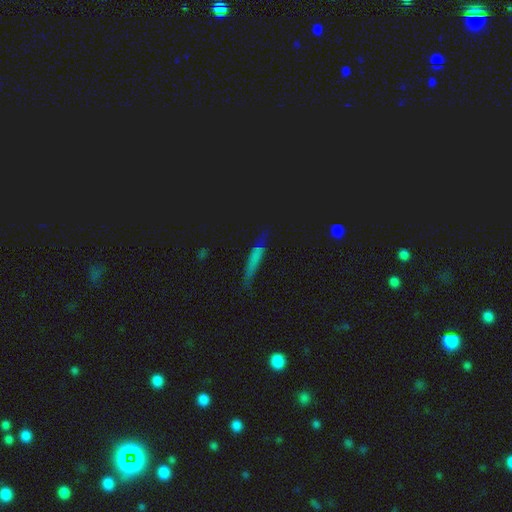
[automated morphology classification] A smooth galaxy with no disk features (49%).

Vote fractions:
- Smooth or featured? smooth: 49% / star or artifact: 30% / featured or disk: 21%
- Merging? none: 65% / minor disturbance: 23% / major disturbance: 8% / merger: 3%